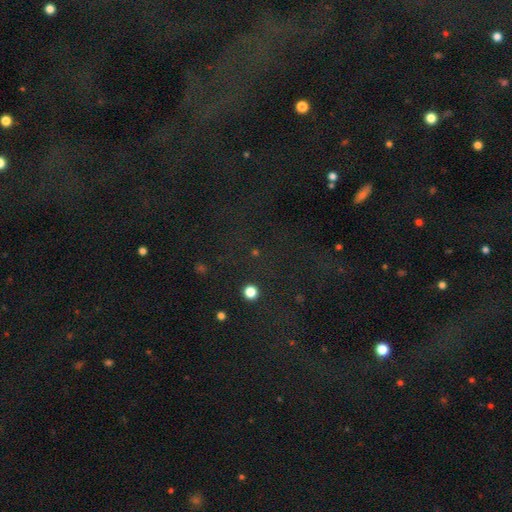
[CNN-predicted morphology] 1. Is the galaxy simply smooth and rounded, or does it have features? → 74% star or artifact, 15% smooth, 11% featured or disk.